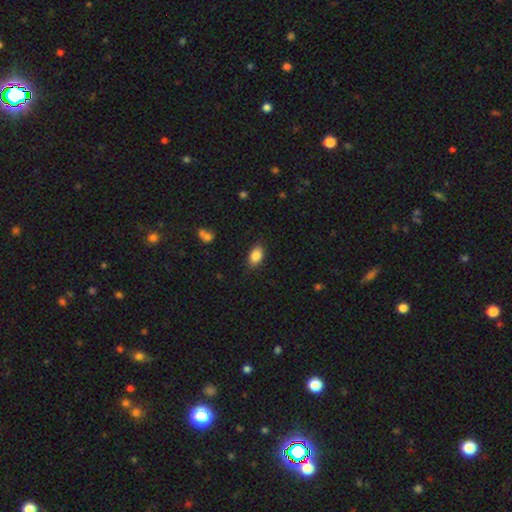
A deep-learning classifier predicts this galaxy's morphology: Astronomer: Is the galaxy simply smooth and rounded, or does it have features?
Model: smooth — 86%.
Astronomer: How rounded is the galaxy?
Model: in between — 90%.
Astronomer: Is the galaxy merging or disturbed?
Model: none — 83%.